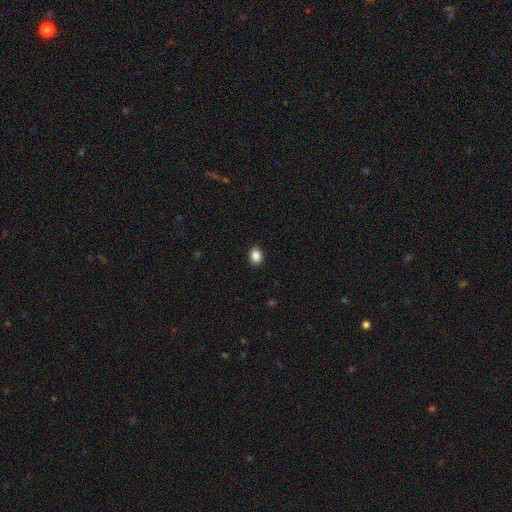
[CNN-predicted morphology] Q: Smooth or featured?
A: smooth (87%); runner-up: star or artifact (9%)
Q: How rounded?
A: in between (50%); runner-up: round (49%)
Q: Merging?
A: none (87%); runner-up: minor disturbance (10%)